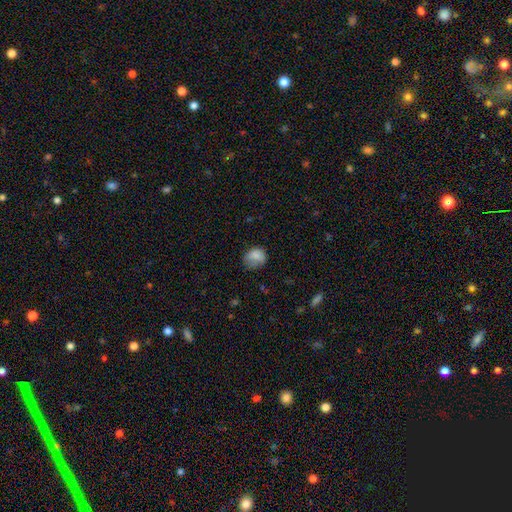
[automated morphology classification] smooth_or_featured: smooth (p=0.81) [alt: star or artifact p=0.09]
how_rounded: round (p=0.61) [alt: in between p=0.38]
merging: none (p=0.53) [alt: minor disturbance p=0.32]